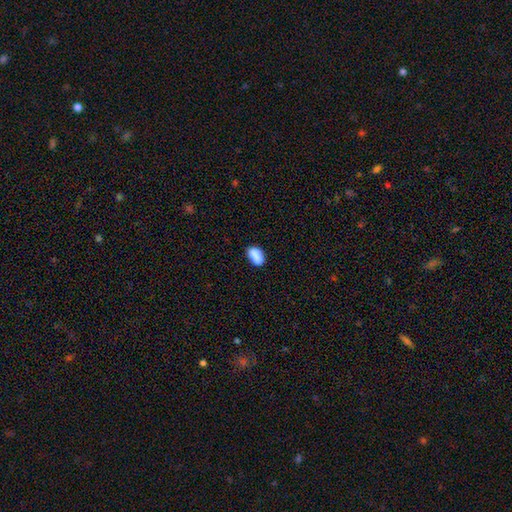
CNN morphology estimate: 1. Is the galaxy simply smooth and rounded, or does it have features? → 89% smooth, 8% star or artifact, 4% featured or disk.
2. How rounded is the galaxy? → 91% in between, 6% round, 2% cigar-shaped.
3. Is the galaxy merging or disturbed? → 81% none, 14% minor disturbance, 3% major disturbance, 2% merger.